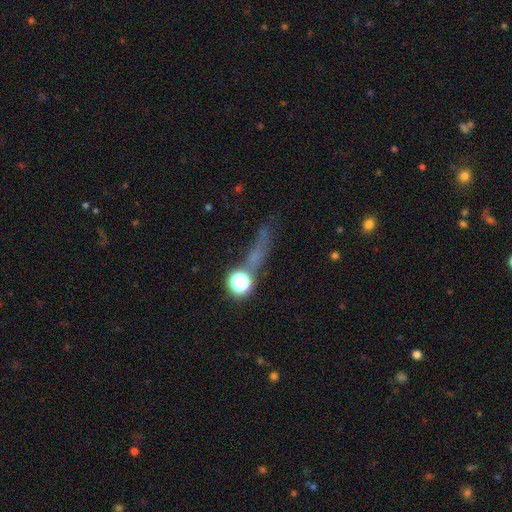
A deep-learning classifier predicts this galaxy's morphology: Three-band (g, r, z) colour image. It shows a star or artifact, not a galaxy (42%).